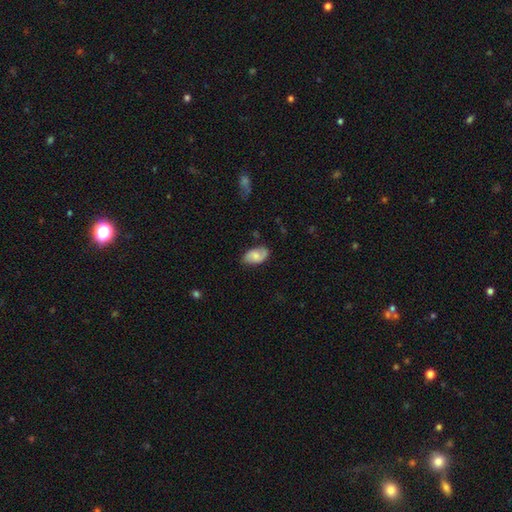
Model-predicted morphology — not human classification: Q: Smooth or featured?
A: smooth (58%); runner-up: featured or disk (35%)
Q: How rounded?
A: in between (93%); runner-up: round (6%)
Q: Merging?
A: none (71%); runner-up: minor disturbance (22%)